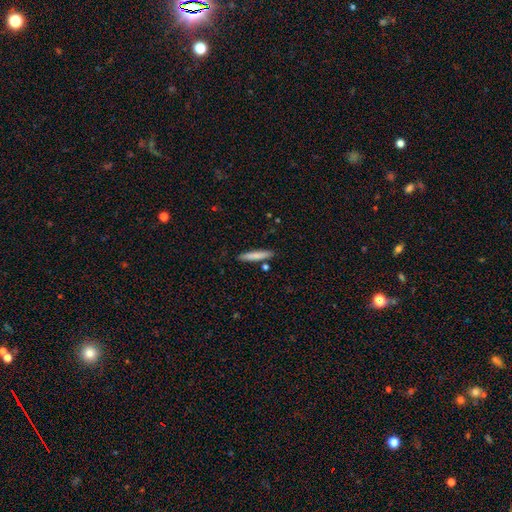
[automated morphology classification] Smooth or featured? Predicted: smooth (p=0.77). How rounded? Predicted: cigar-shaped (p=0.92). Merging? Predicted: none (p=0.86).